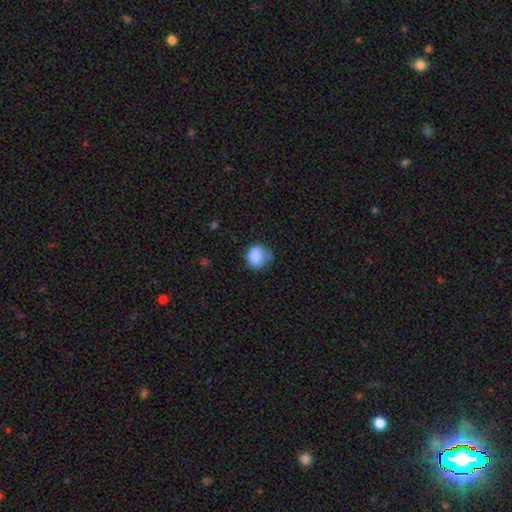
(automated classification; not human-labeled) smooth-or-featured: smooth: 82% | featured or disk: 9% | star or artifact: 9%
  how-rounded: round: 65% | in between: 34% | cigar-shaped: 1%
  merging: none: 48% | minor disturbance: 31% | major disturbance: 13% | merger: 8%